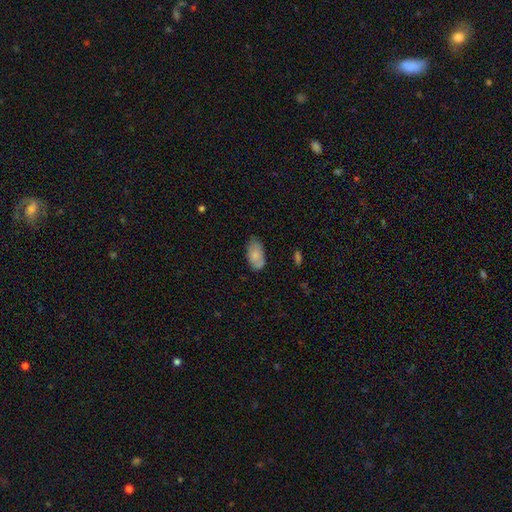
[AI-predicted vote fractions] Smooth or featured?
  - smooth: 78% *
  - featured or disk: 15%
  - star or artifact: 7%
How rounded?
  - in between: 94% *
  - round: 4%
  - cigar-shaped: 2%
Merging?
  - none: 67% *
  - minor disturbance: 25%
  - major disturbance: 5%
  - merger: 3%